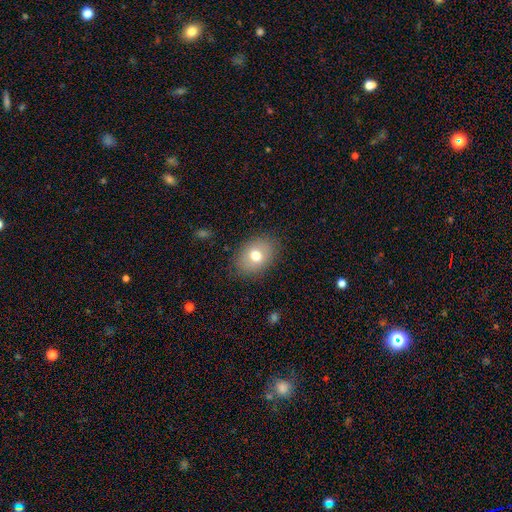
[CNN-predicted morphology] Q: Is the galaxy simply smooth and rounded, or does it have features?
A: smooth — 73%.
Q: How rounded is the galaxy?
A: in between — 71%.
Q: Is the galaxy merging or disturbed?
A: none — 84%.